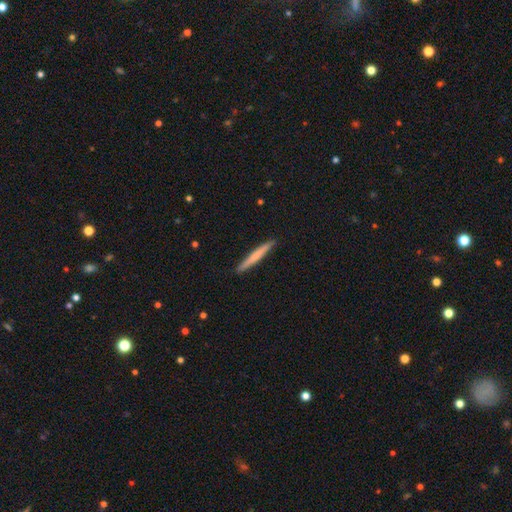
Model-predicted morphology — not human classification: This is likely a smooth galaxy (64%). How rounded: clearly cigar-shaped (97%). Merging: clearly none (92%).